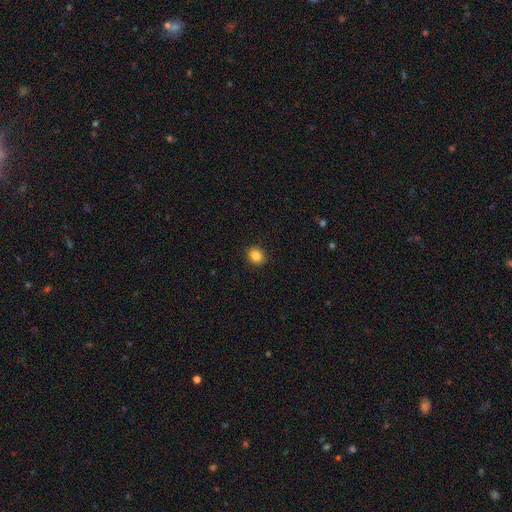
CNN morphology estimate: This is clearly a smooth galaxy (85%). How rounded: likely round (72%). Merging: clearly none (91%).